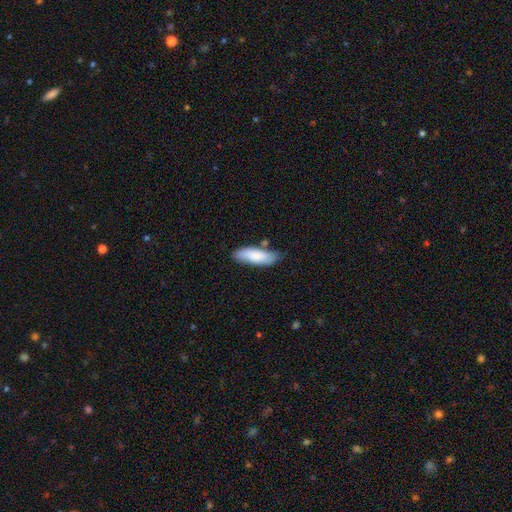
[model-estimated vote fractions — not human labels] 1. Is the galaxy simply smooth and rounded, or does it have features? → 81% smooth, 13% featured or disk, 6% star or artifact.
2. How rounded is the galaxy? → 60% in between, 38% cigar-shaped, 2% round.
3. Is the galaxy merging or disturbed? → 66% none, 23% minor disturbance, 6% merger, 4% major disturbance.